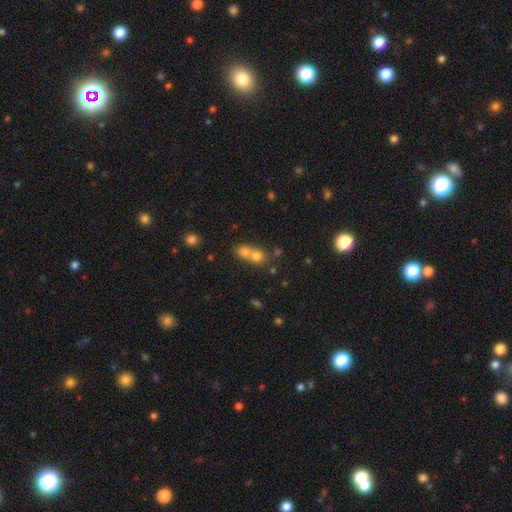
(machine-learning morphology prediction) This is likely a smooth galaxy (70%). How rounded: likely round (71%). Merging: likely merger (66%).